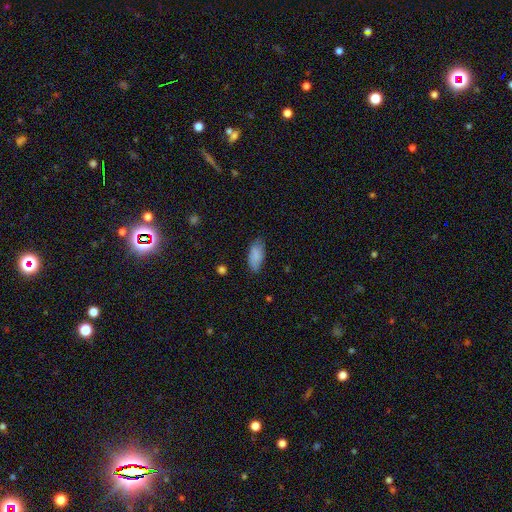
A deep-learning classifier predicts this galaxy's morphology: Smooth or featured? smooth (86%)
How rounded? in between (89%)
Merging? none (78%)